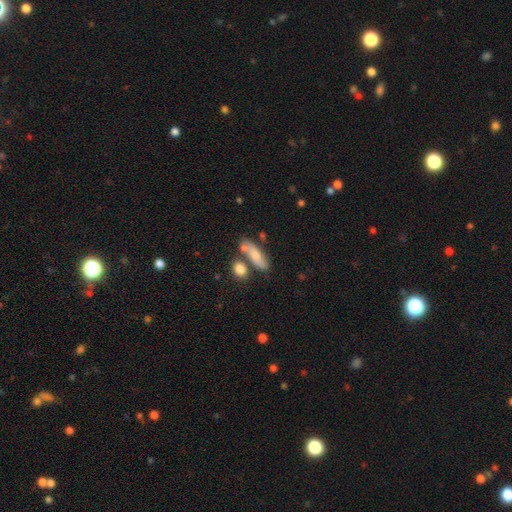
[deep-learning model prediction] Overall: smooth (72%). How rounded: in between (54%; cigar-shaped 40%). Merging: none (56%; merger 20%).